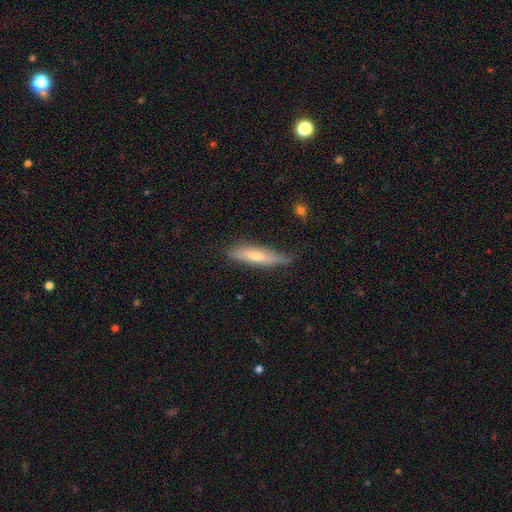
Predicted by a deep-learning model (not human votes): Morphology: type=smooth (56%); roundness=cigar-shaped (79%); merging=none (67%).